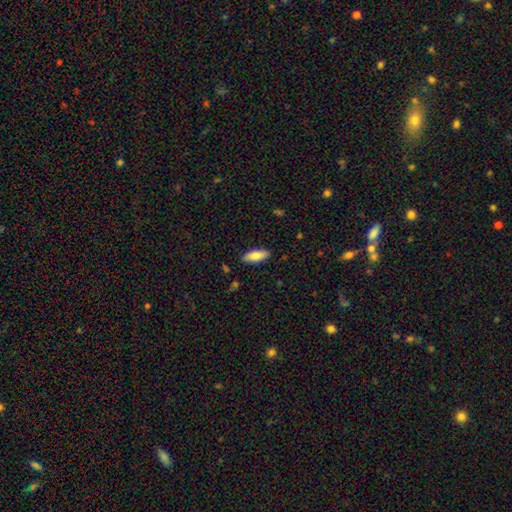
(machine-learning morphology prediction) smooth 84%, featured or disk 10%, star or artifact 6%. Down the decision tree: how rounded — in between (75%); merging — none (88%).